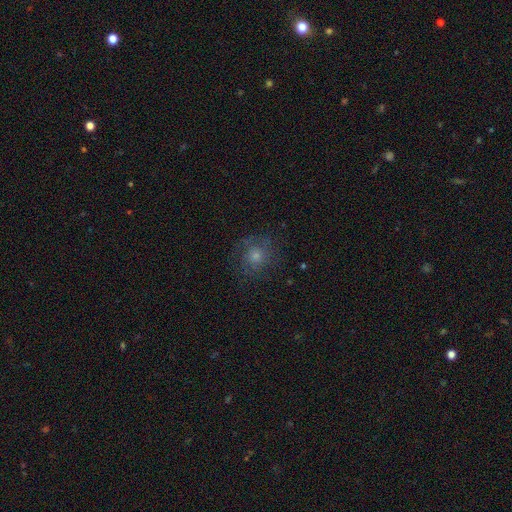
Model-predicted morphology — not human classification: smooth_or_featured: featured or disk (p=0.44) [alt: smooth p=0.36]
merging: none (p=0.75) [alt: minor disturbance p=0.15]